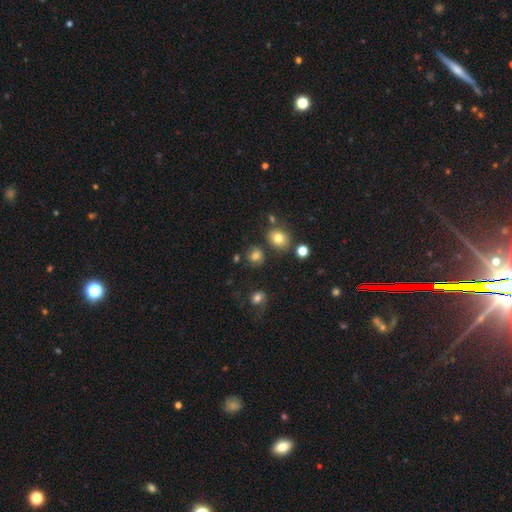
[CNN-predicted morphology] Smooth or featured? Predicted: smooth (p=0.74). How rounded? Predicted: round (p=0.69). Merging? Predicted: none (p=0.70).